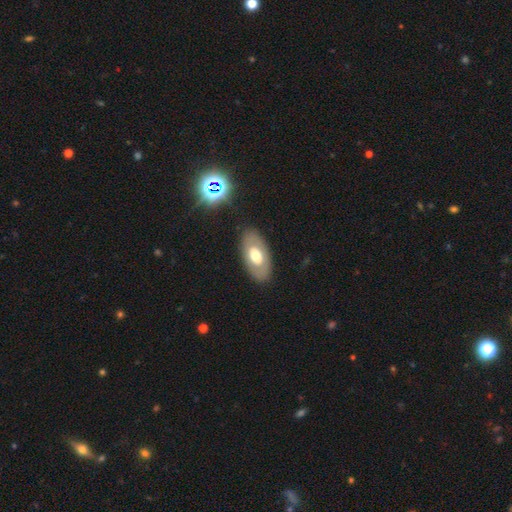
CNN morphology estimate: Smooth or featured? Predicted: smooth (p=0.51). How rounded? Predicted: in between (p=0.92). Merging? Predicted: none (p=0.84).